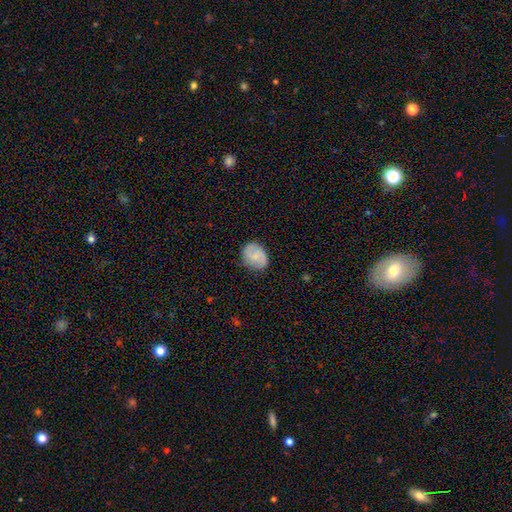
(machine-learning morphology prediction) This is possibly a smooth galaxy (56%). How rounded: possibly in between (56%). Merging: likely none (79%).